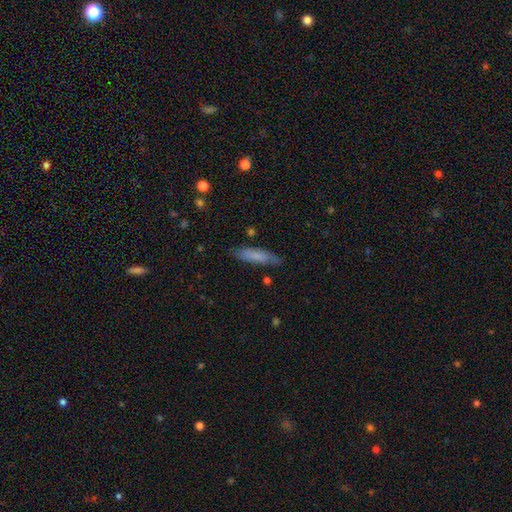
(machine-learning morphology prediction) Smooth or featured?
  - smooth: 74% *
  - featured or disk: 20%
  - star or artifact: 6%
How rounded?
  - cigar-shaped: 71% *
  - in between: 28%
  - round: 2%
Merging?
  - none: 79% *
  - minor disturbance: 16%
  - major disturbance: 3%
  - merger: 2%